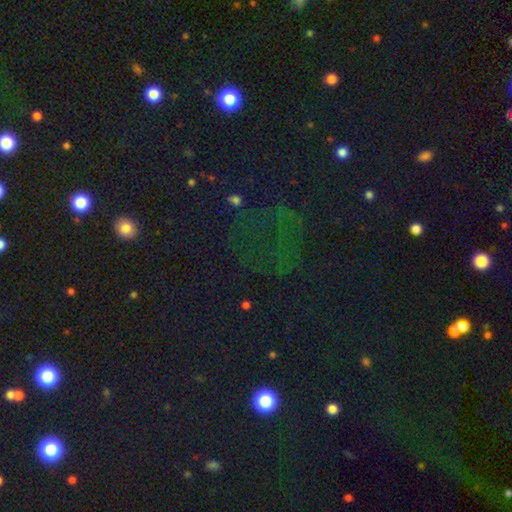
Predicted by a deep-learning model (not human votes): A star or artifact, not a galaxy (64%).